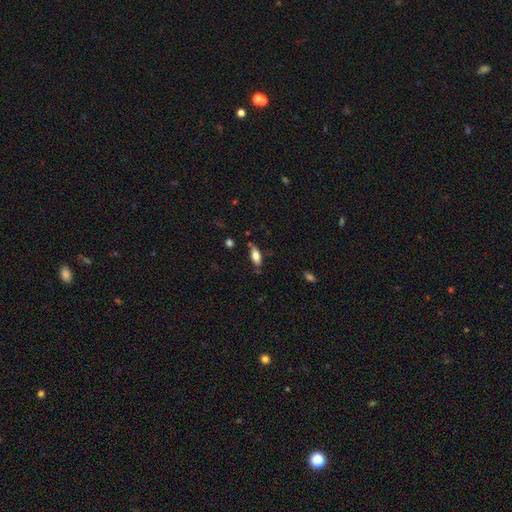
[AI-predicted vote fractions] This is likely a smooth galaxy (71%). How rounded: likely in between (79%). Merging: likely none (76%).